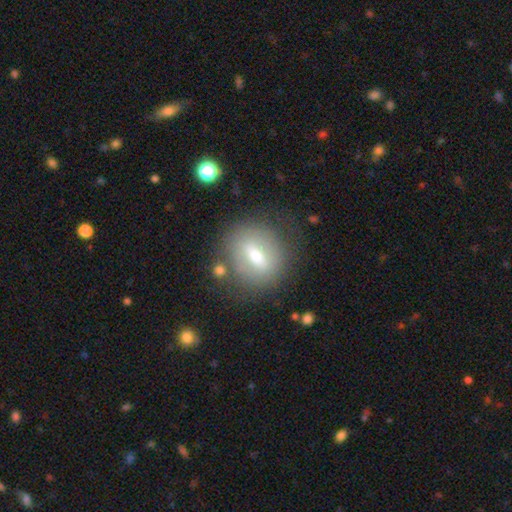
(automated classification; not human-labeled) smooth 48%, featured or disk 44%, star or artifact 9%. Down the decision tree: merging — none (78%).